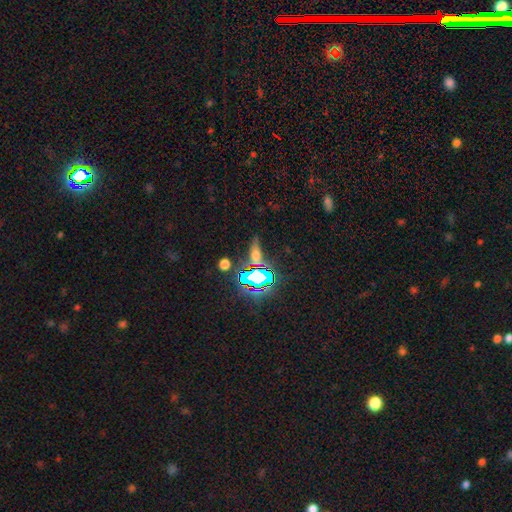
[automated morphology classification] Overall: star or artifact (41%; smooth 36%).